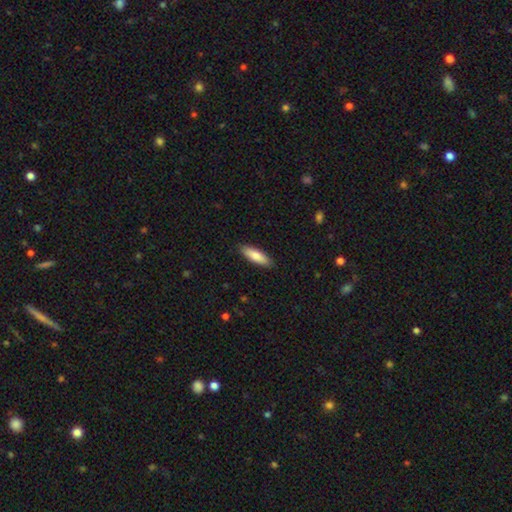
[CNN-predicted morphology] Smooth or featured: smooth — 81% (featured or disk — 14%)
How rounded: in between — 50% (cigar-shaped — 49%)
Merging: none — 89% (minor disturbance — 8%)